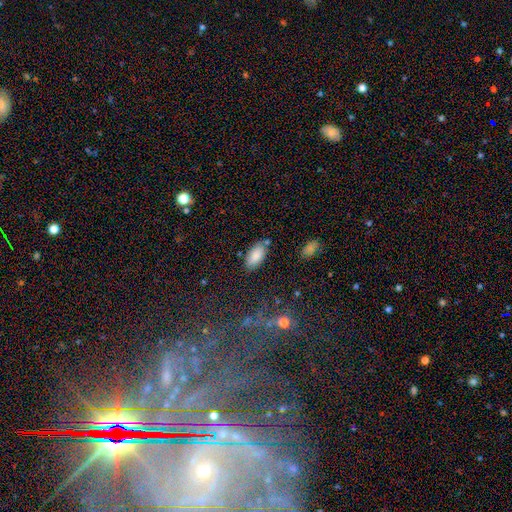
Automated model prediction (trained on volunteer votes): This is clearly a smooth galaxy (87%). How rounded: clearly in between (93%). Merging: likely none (78%).